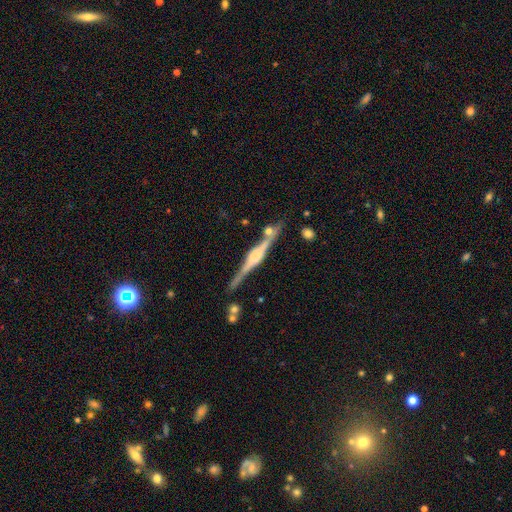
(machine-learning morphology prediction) This is clearly a featured or disk galaxy (84%). It is clearly viewed edge-on (98%). Edge-on bulge: possibly rounded (57%). Merging: clearly none (81%).